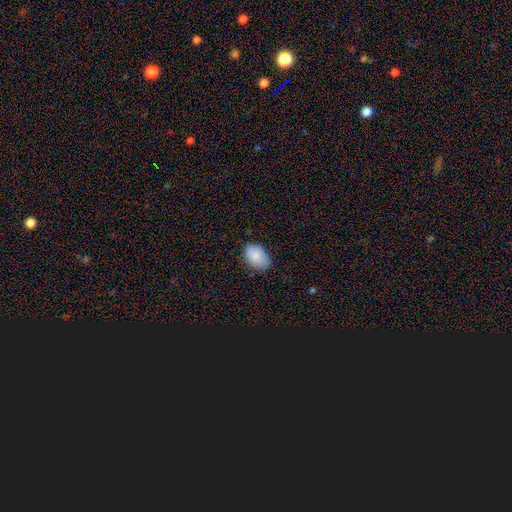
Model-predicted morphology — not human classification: This is clearly a smooth galaxy (88%). How rounded: clearly in between (85%). Merging: likely none (79%).